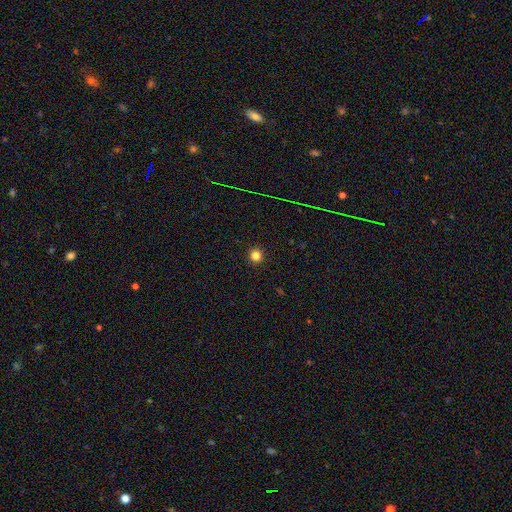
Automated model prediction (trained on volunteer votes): Smooth or featured?
  - smooth: 82% *
  - star or artifact: 14%
  - featured or disk: 4%
How rounded?
  - round: 94% *
  - in between: 5%
  - cigar-shaped: 1%
Merging?
  - none: 93% *
  - minor disturbance: 5%
  - major disturbance: 2%
  - merger: 1%